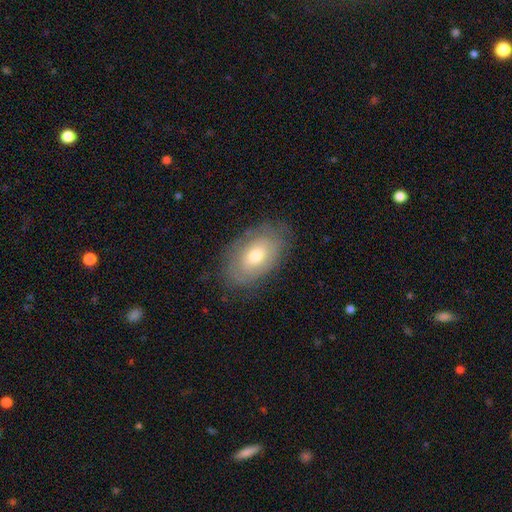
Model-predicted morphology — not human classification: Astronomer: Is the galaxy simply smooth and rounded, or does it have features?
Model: smooth — 55% (runner-up: featured or disk, 38%).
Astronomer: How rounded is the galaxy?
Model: in between — 91%.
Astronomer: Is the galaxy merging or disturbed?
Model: none — 77%.